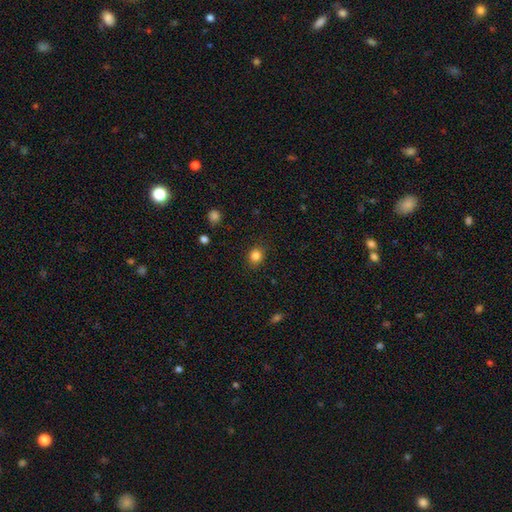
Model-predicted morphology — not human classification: Overall: smooth (84%). How rounded: round (76%). Merging: none (87%).